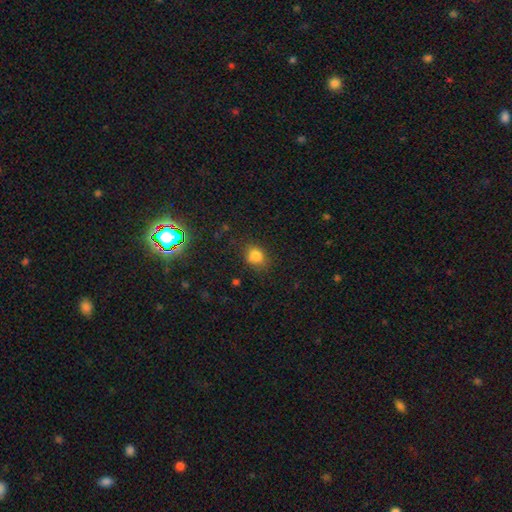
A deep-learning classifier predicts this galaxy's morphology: Smooth or featured? Predicted: smooth (p=0.80). How rounded? Predicted: in between (p=0.52). Merging? Predicted: none (p=0.70).